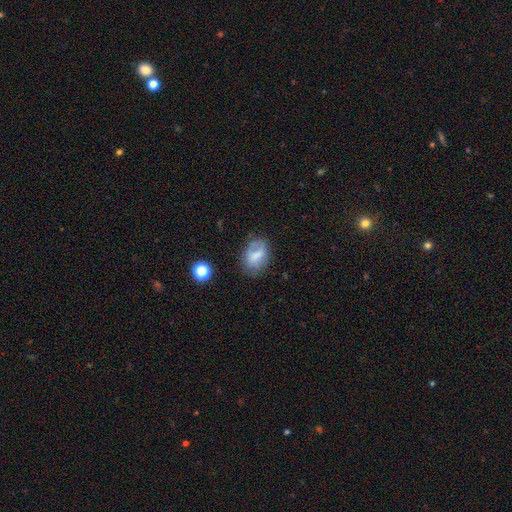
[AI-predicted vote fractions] Q: Smooth or featured?
A: smooth (64%); runner-up: featured or disk (25%)
Q: How rounded?
A: in between (78%); runner-up: round (20%)
Q: Merging?
A: none (58%); runner-up: minor disturbance (27%)